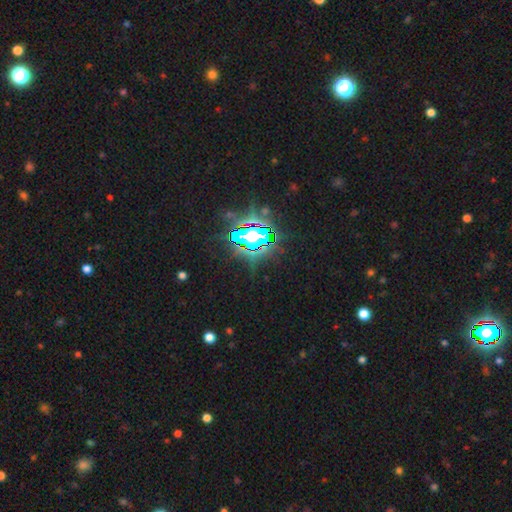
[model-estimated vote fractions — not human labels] Smooth or featured? star or artifact (83%)